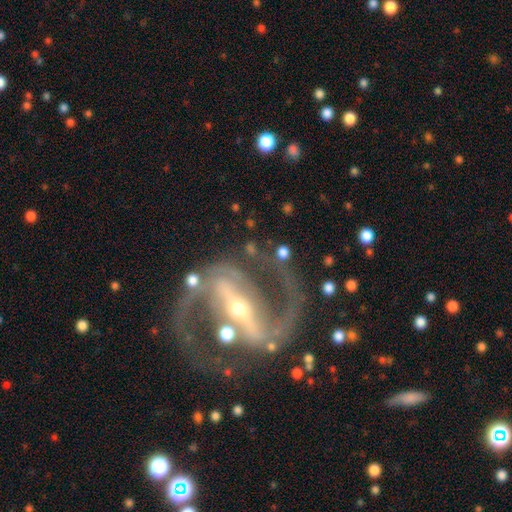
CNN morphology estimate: featured or disk 92%, star or artifact 5%, smooth 3%. Down the decision tree: edge-on disk — no (95%); bar — strong (81%); spiral arms — yes (96%); spiral arm count — 2 (94%); spiral winding — medium (61%); bulge size — small (61%); merging — none (77%).